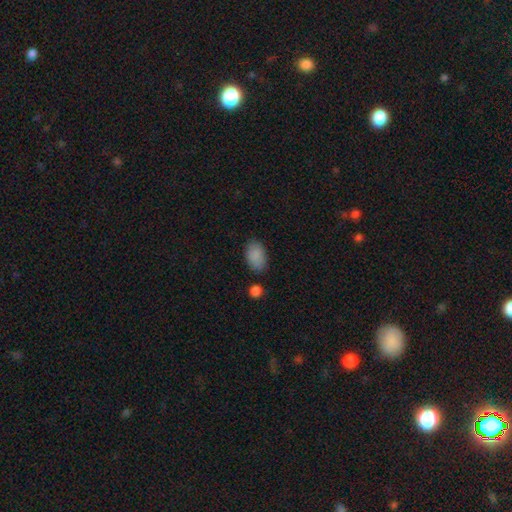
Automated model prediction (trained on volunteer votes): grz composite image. It shows a smooth galaxy with no disk features (88%) that is in between round and cigar-shaped (90%). Merging: none (79%).